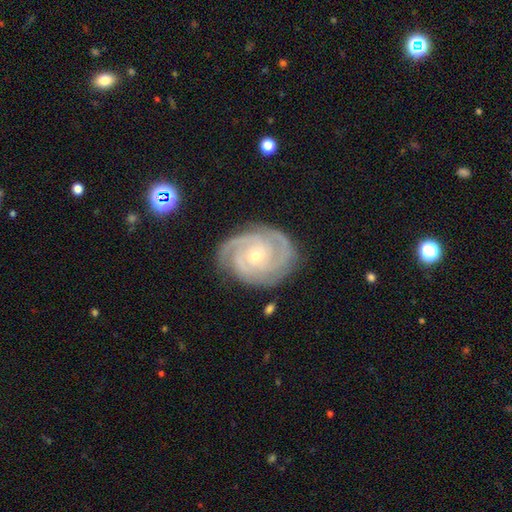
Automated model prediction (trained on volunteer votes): Smooth or featured?
  - featured or disk: 90% *
  - smooth: 5%
  - star or artifact: 5%
Edge-on disk?
  - no: 98% *
  - yes: 2%
Bar?
  - no: 72% *
  - weak: 22%
  - strong: 6%
Spiral arms?
  - yes: 98% *
  - no: 2%
Spiral winding?
  - tight: 71% *
  - medium: 26%
  - loose: 3%
Spiral arm count?
  - 3: 45% *
  - 2: 24%
  - can't tell: 11%
  - 4: 10%
  - 1: 5%
  - more than 4: 5%
Bulge size?
  - small: 69% *
  - moderate: 29%
  - large: 1%
  - none: 1%
  - dominant: 1%
Merging?
  - none: 80% *
  - minor disturbance: 15%
  - major disturbance: 4%
  - merger: 1%